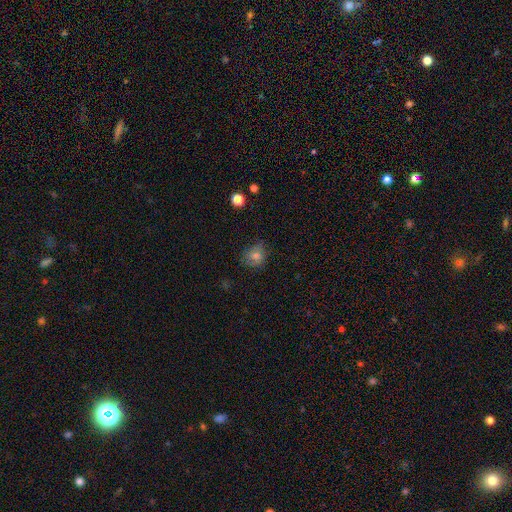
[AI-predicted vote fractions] A smooth galaxy with no disk features (68%) that is round (69%).

Vote fractions:
- Smooth or featured? smooth: 68% / featured or disk: 20% / star or artifact: 12%
- How rounded? round: 69% / in between: 30% / cigar-shaped: 1%
- Merging? none: 69% / minor disturbance: 23% / major disturbance: 7% / merger: 1%